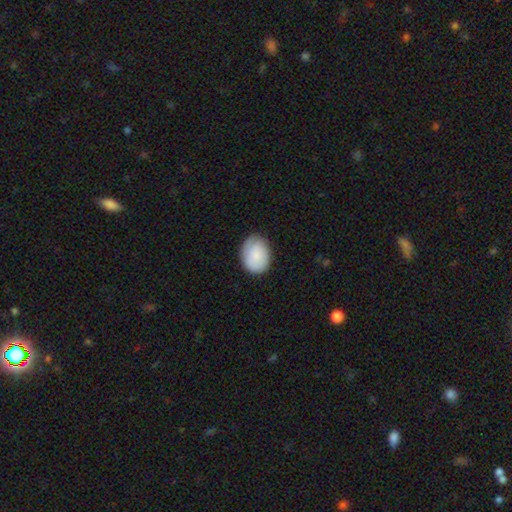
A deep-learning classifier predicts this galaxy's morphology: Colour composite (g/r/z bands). It shows a smooth galaxy with no disk features (82%) that is in between round and cigar-shaped (64%). Merging: none (74%).